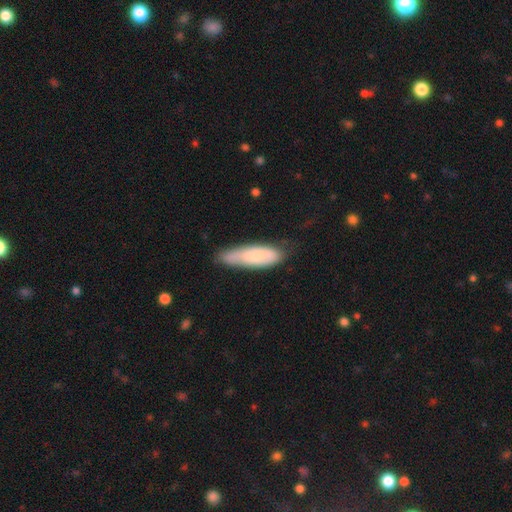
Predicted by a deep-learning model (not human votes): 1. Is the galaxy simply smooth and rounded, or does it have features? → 69% smooth, 25% featured or disk, 6% star or artifact.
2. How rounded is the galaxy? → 50% in between, 48% cigar-shaped, 2% round.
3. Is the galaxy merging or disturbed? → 61% none, 29% minor disturbance, 7% major disturbance, 3% merger.